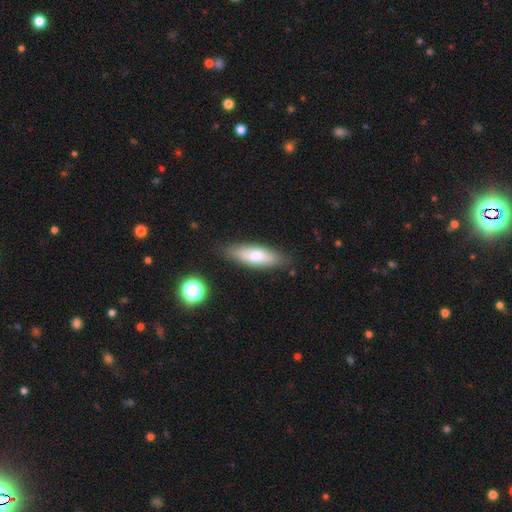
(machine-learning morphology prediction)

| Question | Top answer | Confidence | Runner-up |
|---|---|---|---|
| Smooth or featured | smooth | 69% | featured or disk (24%) |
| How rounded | in between | 57% | cigar-shaped (41%) |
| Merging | none | 85% | minor disturbance (11%) |